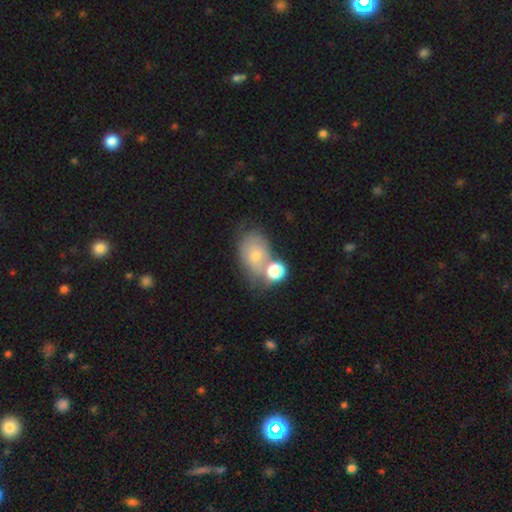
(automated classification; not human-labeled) This appears to be a smooth galaxy with no disk features (62%) that is in between round and cigar-shaped (72%). Merging: none (38%).